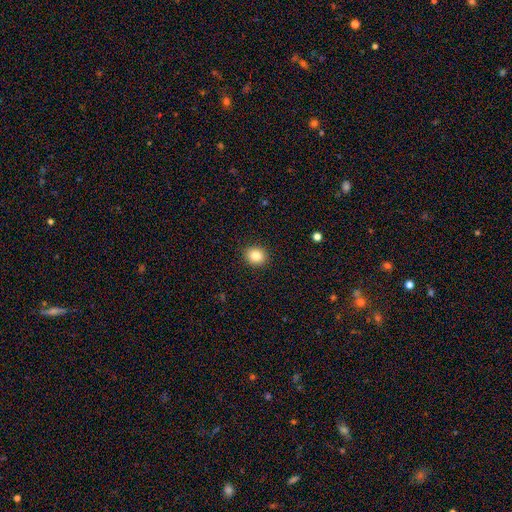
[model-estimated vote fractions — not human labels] The model was most divided on "how rounded": round: 71%, in between: 28%, cigar-shaped: 1%. More confident: merging — none (91%); smooth or featured — smooth (85%).